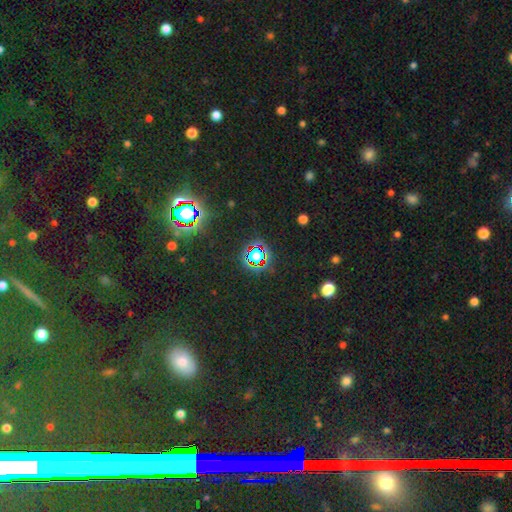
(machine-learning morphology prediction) smooth-or-featured: star or artifact: 75% | smooth: 16% | featured or disk: 9%